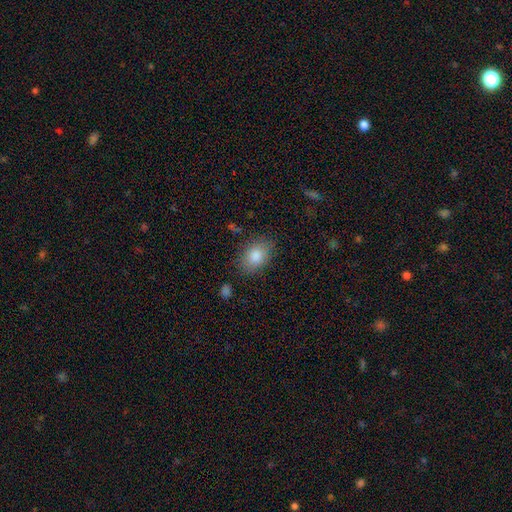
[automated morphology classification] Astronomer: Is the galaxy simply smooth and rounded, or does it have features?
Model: smooth — 84%.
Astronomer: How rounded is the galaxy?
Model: in between — 80%.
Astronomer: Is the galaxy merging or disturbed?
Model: none — 79%.